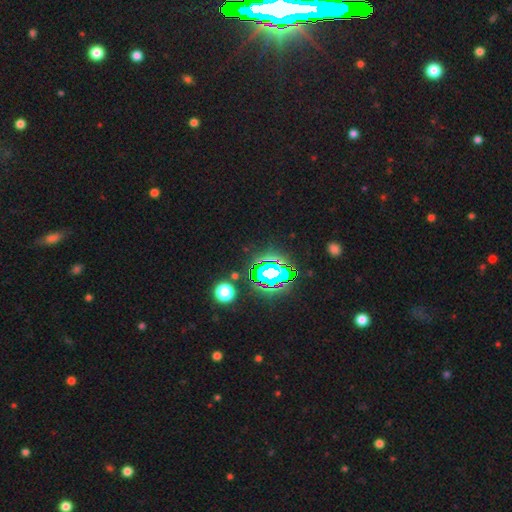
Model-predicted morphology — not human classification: Smooth or featured? Predicted: star or artifact (p=0.81).